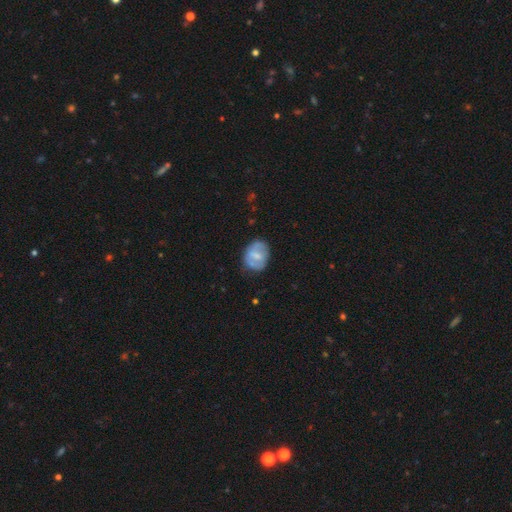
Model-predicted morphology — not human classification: Smooth or featured: smooth — 53% (featured or disk — 41%)
How rounded: in between — 61% (round — 37%)
Merging: none — 66% (minor disturbance — 23%)